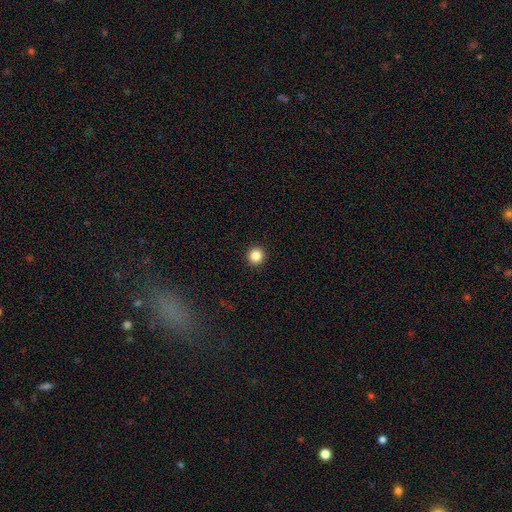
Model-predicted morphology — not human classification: Q: Smooth or featured?
A: smooth (85%); runner-up: star or artifact (11%)
Q: How rounded?
A: round (95%); runner-up: in between (4%)
Q: Merging?
A: none (94%); runner-up: minor disturbance (4%)